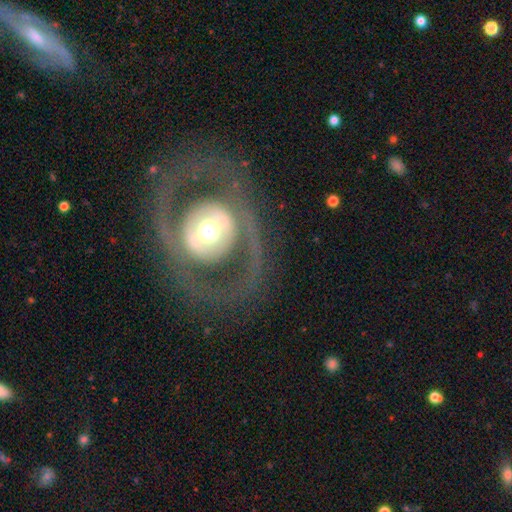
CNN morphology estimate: This appears to be a featured or disk galaxy (75%) with no bar (57%), no spiral arms (54%) and a moderate central bulge (60%). Merging: none (76%).